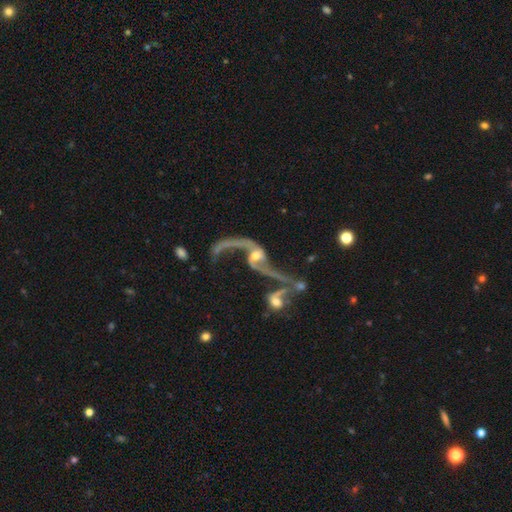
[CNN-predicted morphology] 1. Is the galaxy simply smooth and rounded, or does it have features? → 88% featured or disk, 6% star or artifact, 6% smooth.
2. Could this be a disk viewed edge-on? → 96% no, 4% yes.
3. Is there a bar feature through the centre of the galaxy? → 49% no, 35% weak, 16% strong.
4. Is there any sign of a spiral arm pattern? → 92% yes, 8% no.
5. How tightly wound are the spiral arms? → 91% loose, 6% medium, 2% tight.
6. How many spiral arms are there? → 89% 2, 5% 1, 2% can't tell, 1% 3, 1% 4, 1% more than 4.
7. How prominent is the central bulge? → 51% moderate, 38% small, 5% large, 4% none, 2% dominant.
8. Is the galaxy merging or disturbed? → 42% merger, 26% none, 20% major disturbance, 12% minor disturbance.